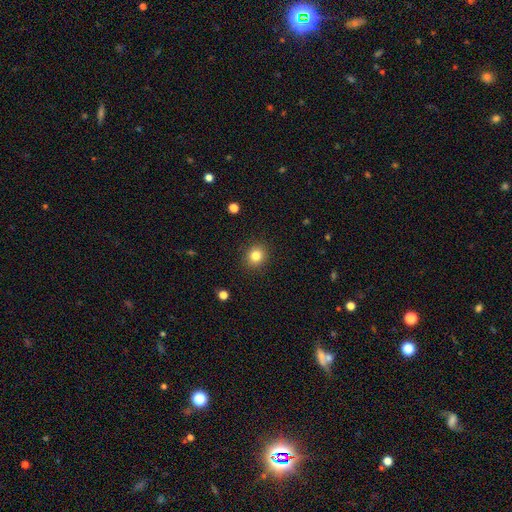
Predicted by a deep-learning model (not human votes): This appears to be a smooth galaxy with no disk features (82%) that is round (81%). Merging: none (91%).